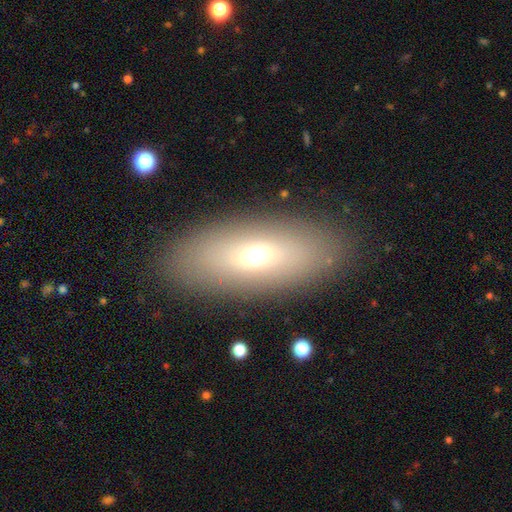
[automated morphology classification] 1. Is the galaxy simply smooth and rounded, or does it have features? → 63% smooth, 26% featured or disk, 11% star or artifact.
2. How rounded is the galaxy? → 78% in between, 17% cigar-shaped, 5% round.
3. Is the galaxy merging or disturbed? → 86% none, 8% minor disturbance, 4% major disturbance, 1% merger.